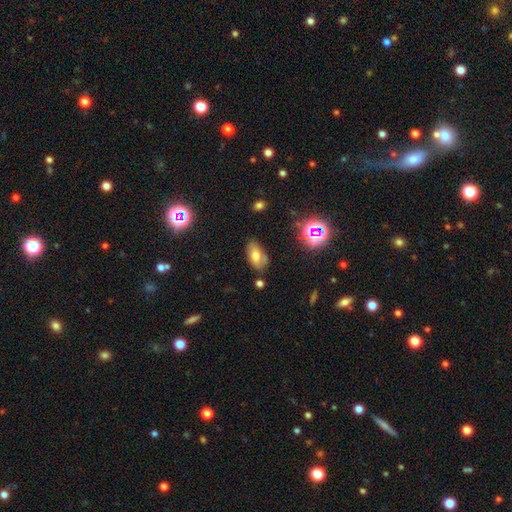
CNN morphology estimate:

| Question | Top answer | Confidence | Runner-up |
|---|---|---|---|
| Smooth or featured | smooth | 64% | featured or disk (20%) |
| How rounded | in between | 91% | round (6%) |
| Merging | none | 66% | minor disturbance (23%) |